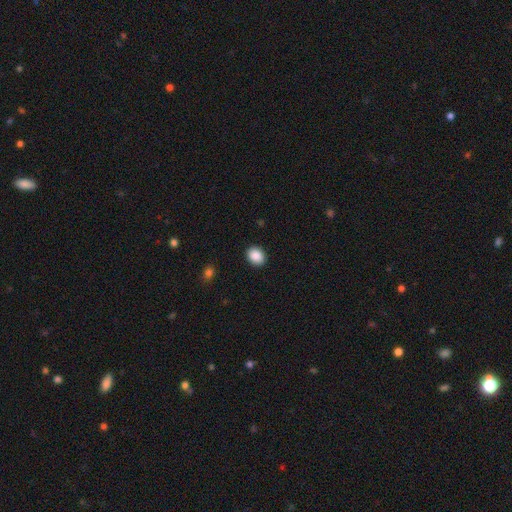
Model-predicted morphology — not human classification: Smooth or featured? Predicted: smooth (p=0.89). How rounded? Predicted: in between (p=0.54). Merging? Predicted: none (p=0.90).